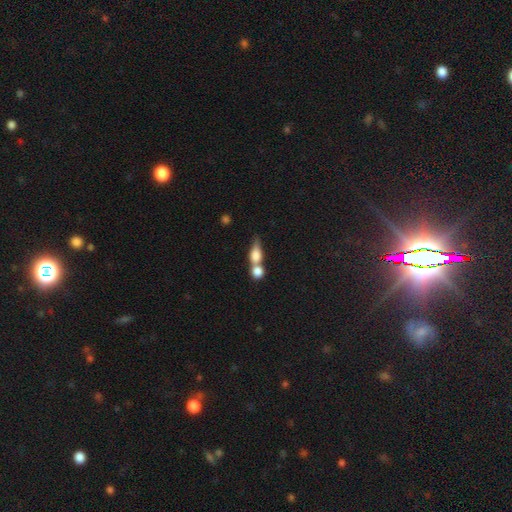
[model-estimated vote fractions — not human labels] A smooth galaxy with no disk features (68%) that is in between round and cigar-shaped (50%). Merging: merger (56%).